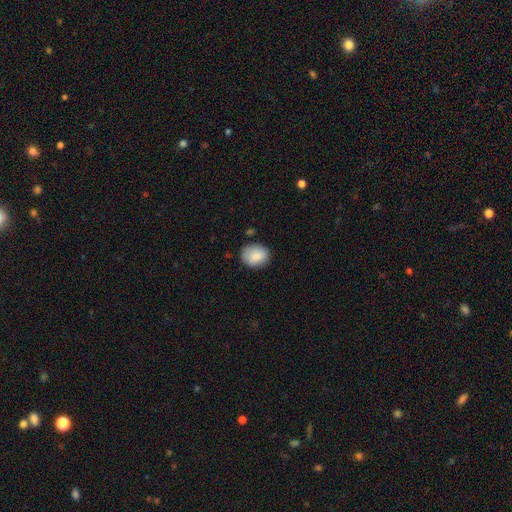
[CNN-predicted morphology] Smooth or featured? smooth (84%)
How rounded? round (57%)
Merging? none (77%)